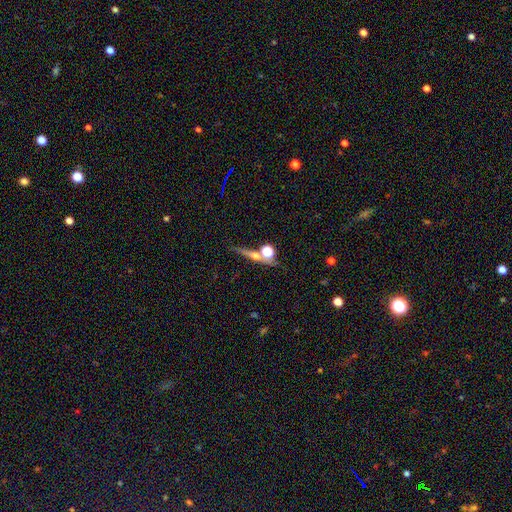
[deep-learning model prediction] smooth_or_featured: featured or disk (p=0.41) [alt: smooth p=0.40]
merging: none (p=0.66) [alt: merger p=0.19]